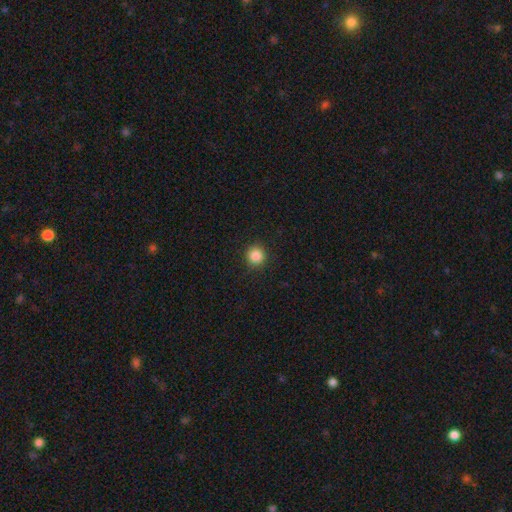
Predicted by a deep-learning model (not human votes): This appears to be a smooth galaxy with no disk features (86%) that is round (94%). Merging: none (91%).